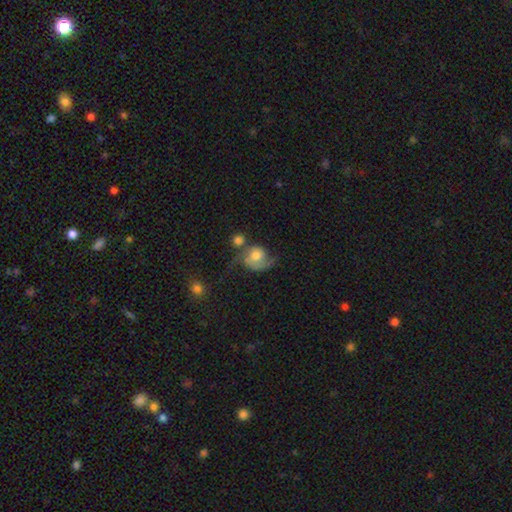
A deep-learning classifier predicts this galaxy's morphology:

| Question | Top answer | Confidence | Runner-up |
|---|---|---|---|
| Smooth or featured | featured or disk | 65% | smooth (27%) |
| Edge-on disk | no | 98% | yes (2%) |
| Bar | no | 72% | weak (24%) |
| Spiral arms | yes | 90% | no (10%) |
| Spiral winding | loose | 42% | medium (41%) |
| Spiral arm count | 2 | 69% | 1 (22%) |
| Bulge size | moderate | 55% | large (22%) |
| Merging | none | 38% | major disturbance (22%) |